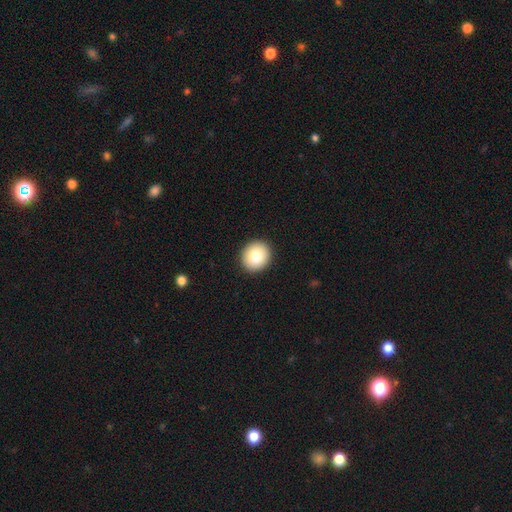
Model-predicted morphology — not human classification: A smooth galaxy with no disk features (82%) that is round (84%). Merging: none (92%).